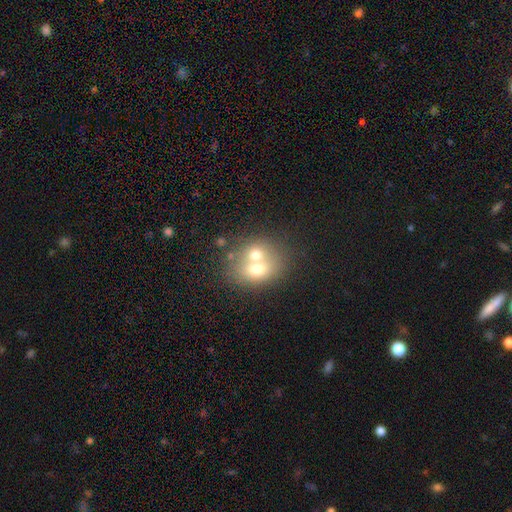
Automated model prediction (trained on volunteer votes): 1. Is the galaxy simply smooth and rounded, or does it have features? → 64% smooth, 25% featured or disk, 11% star or artifact.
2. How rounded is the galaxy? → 58% round, 41% in between, 1% cigar-shaped.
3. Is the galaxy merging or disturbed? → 66% merger, 24% none, 6% minor disturbance, 3% major disturbance.